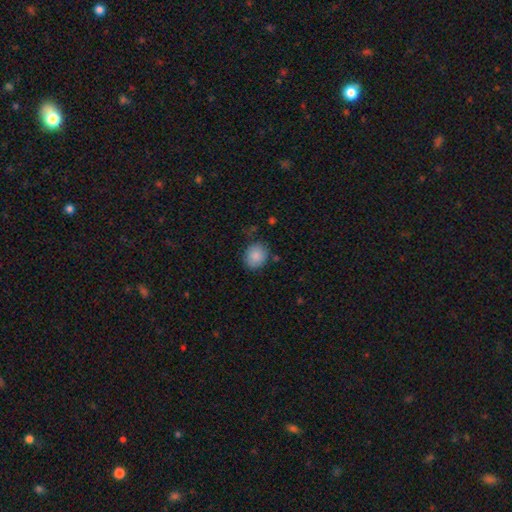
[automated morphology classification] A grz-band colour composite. It shows a smooth galaxy with no disk features (87%) that is round (66%). Merging: none (80%).